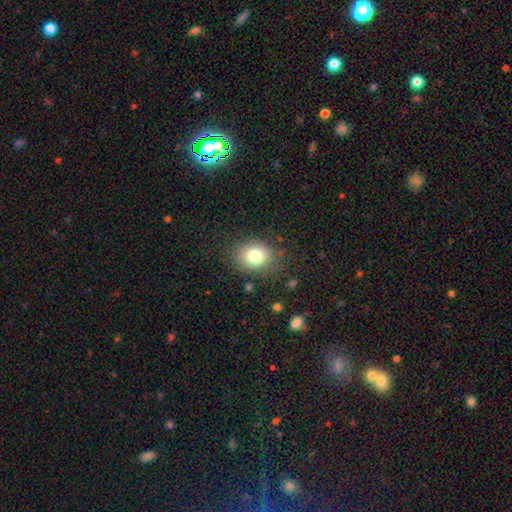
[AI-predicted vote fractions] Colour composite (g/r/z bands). It shows a smooth galaxy with no disk features (74%) that is round (60%). Merging: none (87%).